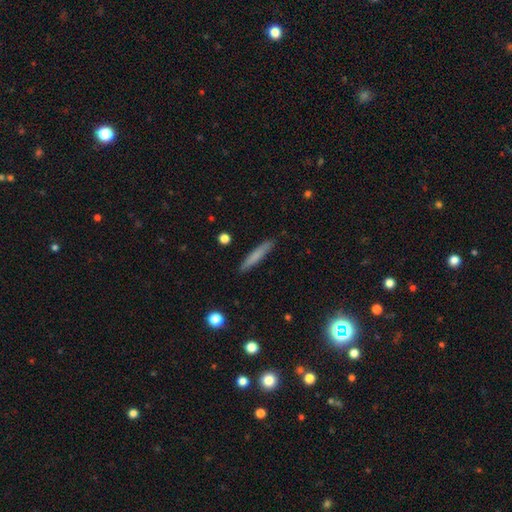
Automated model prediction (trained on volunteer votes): The model was most divided on "smooth or featured": smooth: 73%, featured or disk: 21%, star or artifact: 7%. More confident: how rounded — cigar-shaped (94%); merging — none (90%).